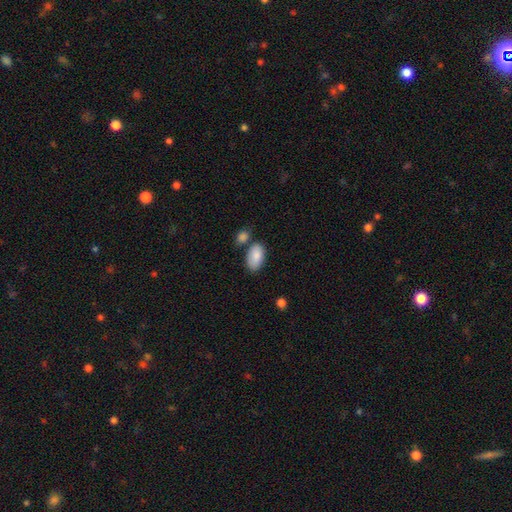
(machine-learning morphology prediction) smooth-or-featured: smooth: 86% | featured or disk: 8% | star or artifact: 6%
  how-rounded: in between: 95% | round: 4% | cigar-shaped: 2%
  merging: none: 64% | merger: 16% | minor disturbance: 16% | major disturbance: 4%